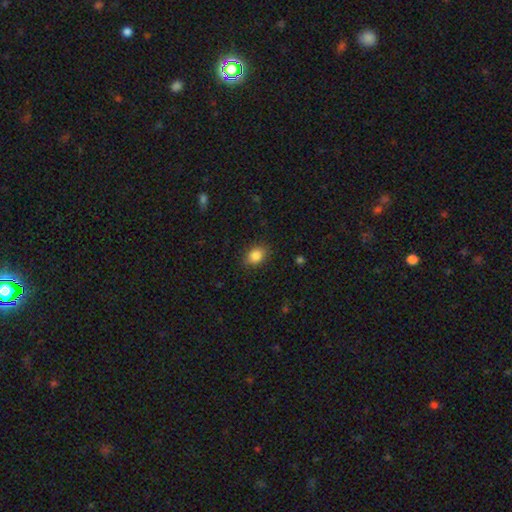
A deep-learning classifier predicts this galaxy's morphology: smooth-or-featured: smooth: 85% | star or artifact: 10% | featured or disk: 5%
  how-rounded: in between: 52% | round: 47% | cigar-shaped: 1%
  merging: none: 83% | minor disturbance: 13% | major disturbance: 3% | merger: 1%